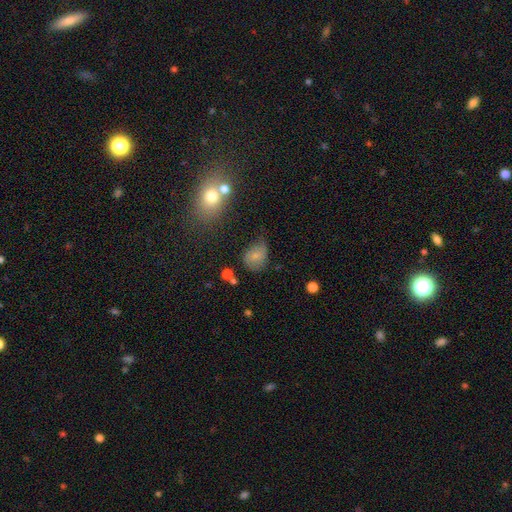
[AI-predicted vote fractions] Smooth or featured? smooth (66%)
How rounded? in between (54%)
Merging? none (43%)